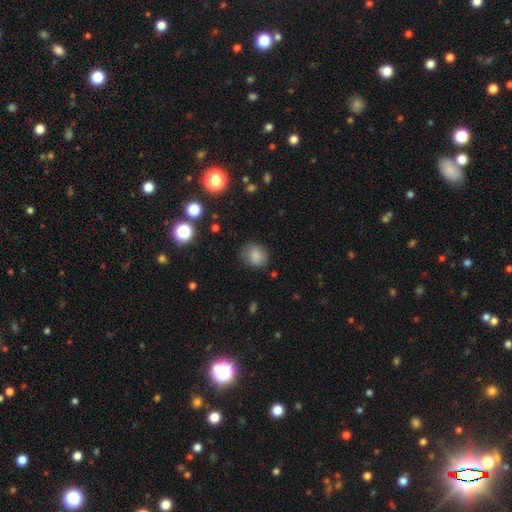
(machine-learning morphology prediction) type=smooth (82%); roundness=round (68%); merging=none (78%).